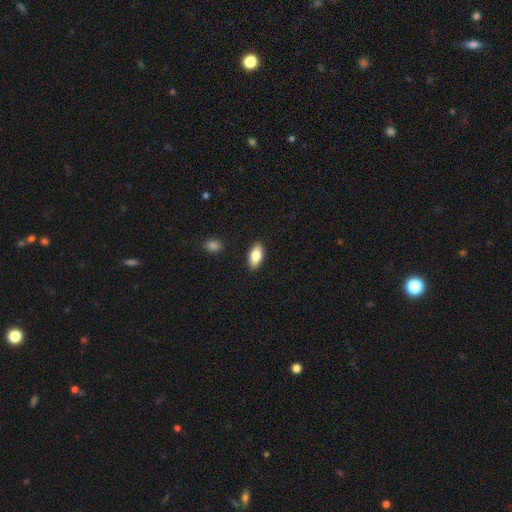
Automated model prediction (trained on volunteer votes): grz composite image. It shows a smooth galaxy with no disk features (83%) that is in between round and cigar-shaped (90%). Merging: none (89%).